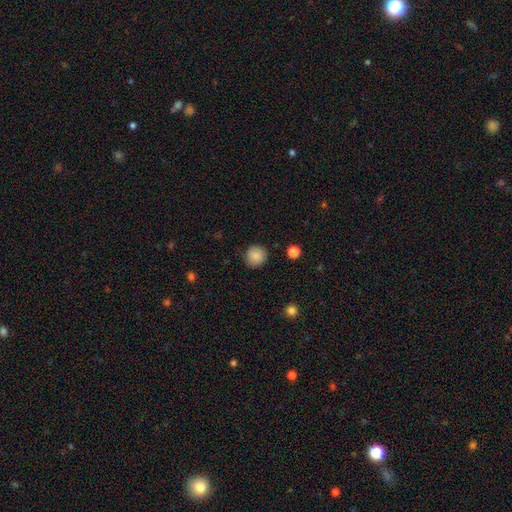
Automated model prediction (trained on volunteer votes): The model was most divided on "merging": none: 87%, minor disturbance: 9%, major disturbance: 2%, merger: 1%. More confident: how rounded — round (91%); smooth or featured — smooth (87%).